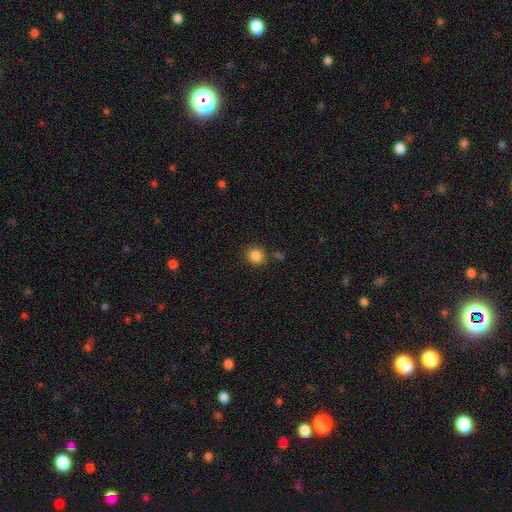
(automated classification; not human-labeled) The model was most divided on "merging": none: 79%, minor disturbance: 11%, merger: 6%, major disturbance: 3%. More confident: smooth or featured — smooth (86%); how rounded — round (85%).